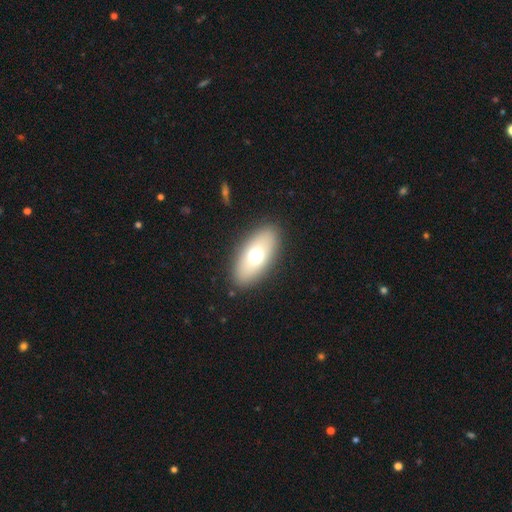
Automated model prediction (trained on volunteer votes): A smooth galaxy with no disk features (64%) that is in between round and cigar-shaped (86%).

Vote fractions:
- Smooth or featured? smooth: 64% / featured or disk: 26% / star or artifact: 9%
- How rounded? in between: 86% / cigar-shaped: 7% / round: 7%
- Merging? none: 88% / minor disturbance: 8% / major disturbance: 3% / merger: 1%